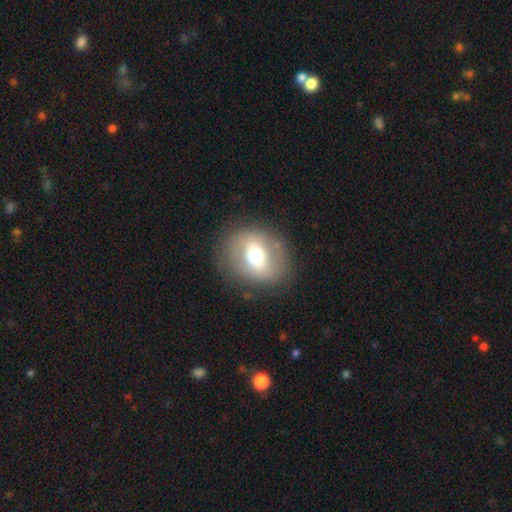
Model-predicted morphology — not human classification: smooth-or-featured: smooth: 48% | featured or disk: 43% | star or artifact: 10%
  merging: none: 80% | minor disturbance: 12% | major disturbance: 6% | merger: 1%